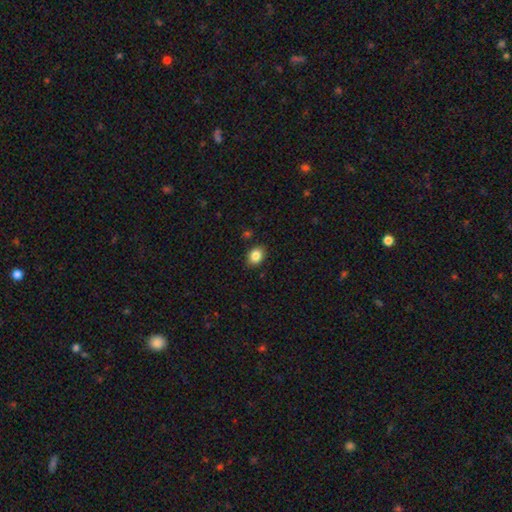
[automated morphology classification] This appears to be a smooth galaxy with no disk features (85%) that is in between round and cigar-shaped (56%). Merging: none (88%).